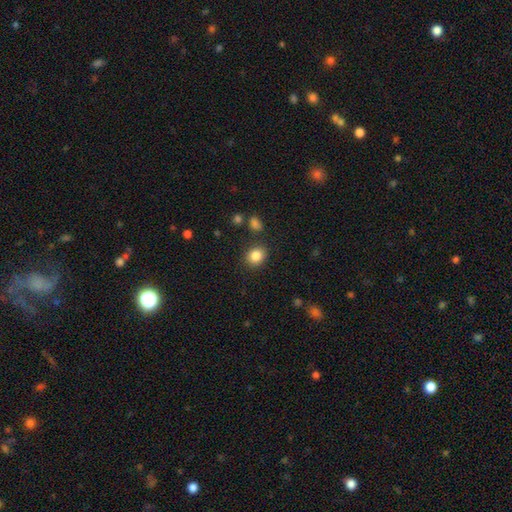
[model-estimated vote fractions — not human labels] This is clearly a smooth galaxy (85%). How rounded: likely round (65%). Merging: clearly none (86%).